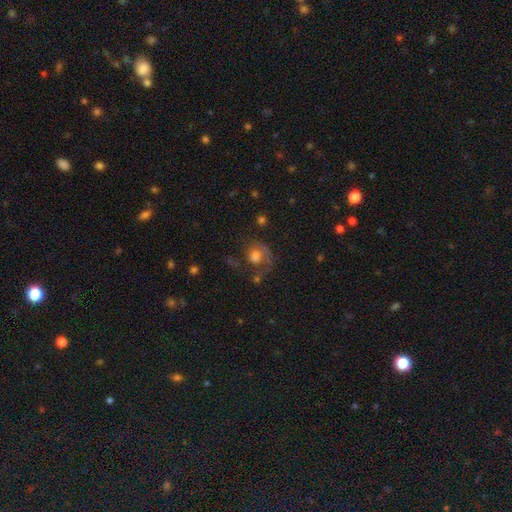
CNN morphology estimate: Q: Smooth or featured?
A: smooth (46%); runner-up: featured or disk (43%)
Q: Merging?
A: major disturbance (42%); runner-up: none (35%)